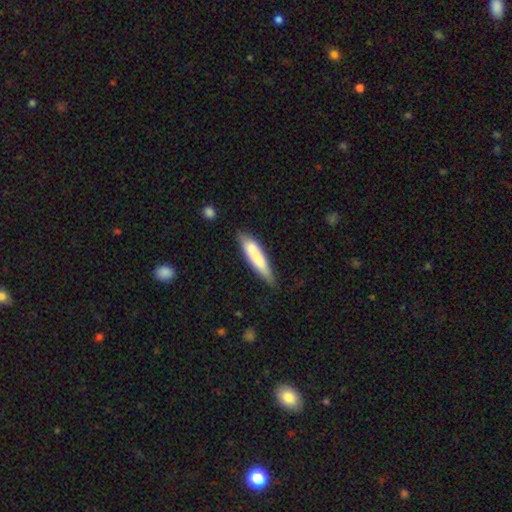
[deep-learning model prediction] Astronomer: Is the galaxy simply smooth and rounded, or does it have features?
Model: smooth — 68%.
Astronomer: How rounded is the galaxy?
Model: cigar-shaped — 82%.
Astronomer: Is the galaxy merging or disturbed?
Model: none — 65%.